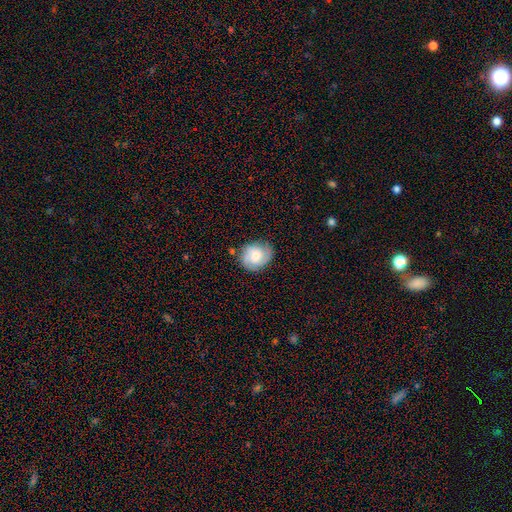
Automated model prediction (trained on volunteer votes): Smooth or featured: featured or disk — 50% (smooth — 42%)
Edge-on disk: no — 97% (yes — 3%)
Merging: none — 75% (minor disturbance — 18%)